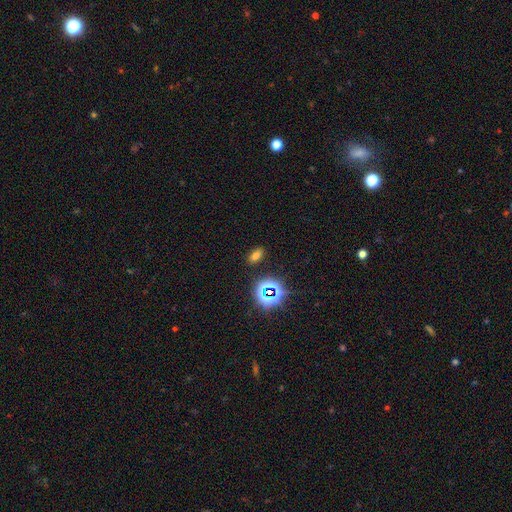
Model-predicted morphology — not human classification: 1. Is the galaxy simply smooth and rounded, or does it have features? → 65% smooth, 28% star or artifact, 7% featured or disk.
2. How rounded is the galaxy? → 84% in between, 11% round, 4% cigar-shaped.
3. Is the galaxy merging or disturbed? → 87% none, 8% minor disturbance, 3% major disturbance, 2% merger.